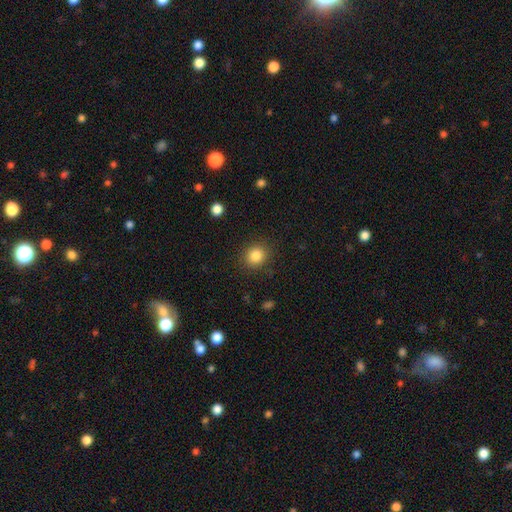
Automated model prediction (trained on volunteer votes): smooth_or_featured: smooth (p=0.85) [alt: star or artifact p=0.10]
how_rounded: round (p=0.80) [alt: in between p=0.19]
merging: none (p=0.88) [alt: minor disturbance p=0.08]